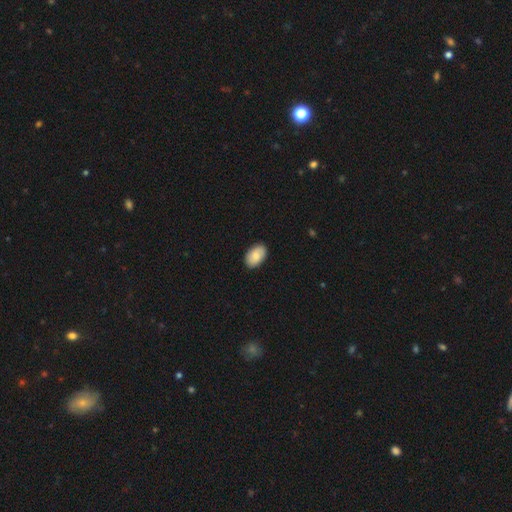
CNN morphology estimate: smooth 82%, featured or disk 12%, star or artifact 6%. Down the decision tree: how rounded — in between (92%); merging — none (89%).